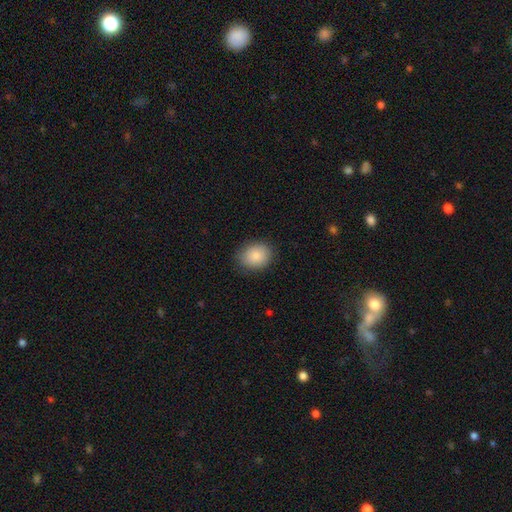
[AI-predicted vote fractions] The model was most divided on "how rounded": round: 51%, in between: 48%, cigar-shaped: 1%. More confident: smooth or featured — smooth (86%); merging — none (85%).